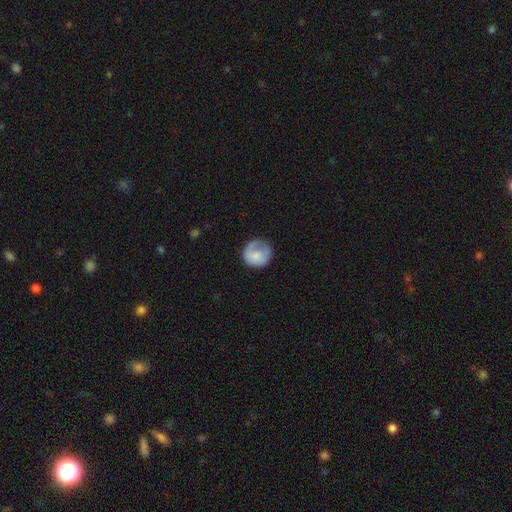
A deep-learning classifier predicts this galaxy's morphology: This is likely a smooth galaxy (71%). How rounded: clearly round (86%). Merging: likely none (61%).